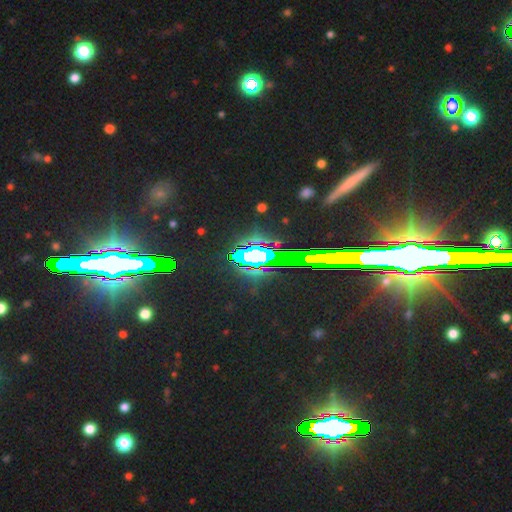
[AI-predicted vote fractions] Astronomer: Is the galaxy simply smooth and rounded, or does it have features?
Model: star or artifact — 75%.